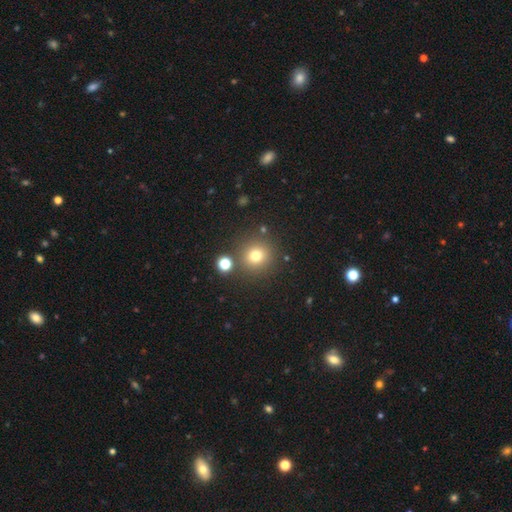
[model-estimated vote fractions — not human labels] smooth_or_featured: smooth (p=0.75) [alt: star or artifact p=0.16]
how_rounded: round (p=0.93) [alt: in between p=0.06]
merging: none (p=0.83) [alt: minor disturbance p=0.07]